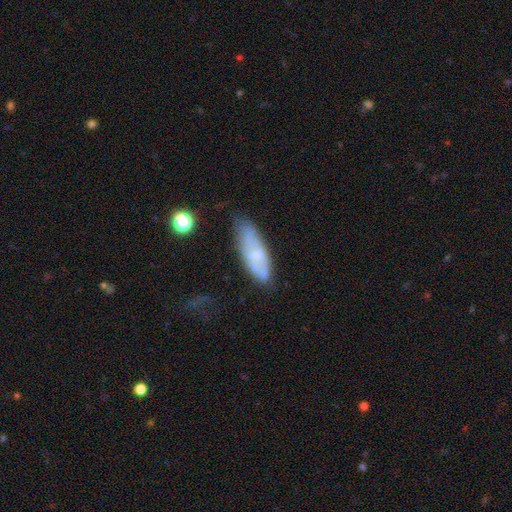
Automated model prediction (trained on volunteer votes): Overall: smooth (47%; featured or disk 44%). Merging: none (58%; minor disturbance 28%).